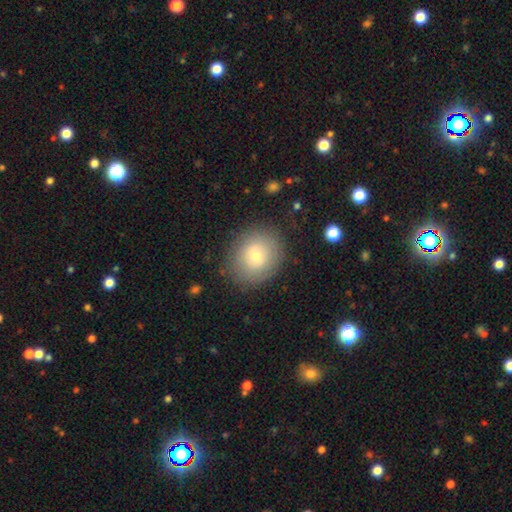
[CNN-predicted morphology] A smooth galaxy with no disk features (70%) that is round (70%). Merging: none (83%).